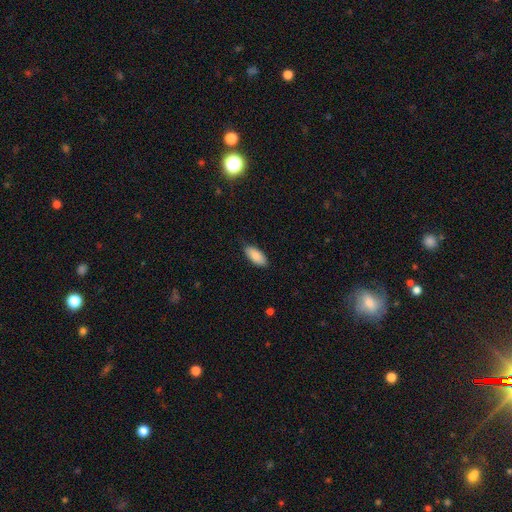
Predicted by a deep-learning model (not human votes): Q: Smooth or featured?
A: smooth (88%); runner-up: star or artifact (6%)
Q: How rounded?
A: in between (88%); runner-up: cigar-shaped (11%)
Q: Merging?
A: none (83%); runner-up: minor disturbance (13%)